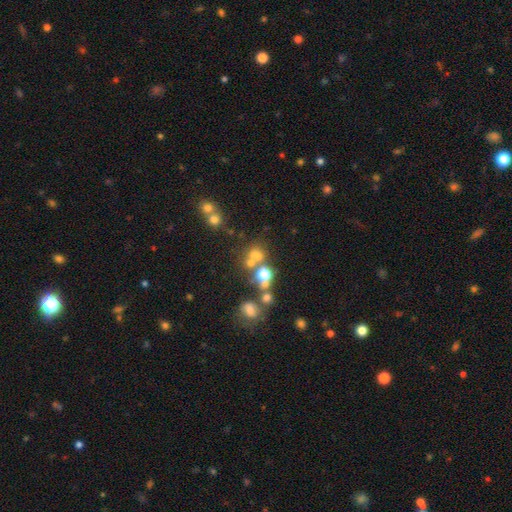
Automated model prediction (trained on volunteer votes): smooth_or_featured: smooth (p=0.55) [alt: star or artifact p=0.27]
how_rounded: round (p=0.75) [alt: in between p=0.23]
merging: none (p=0.47) [alt: merger p=0.36]